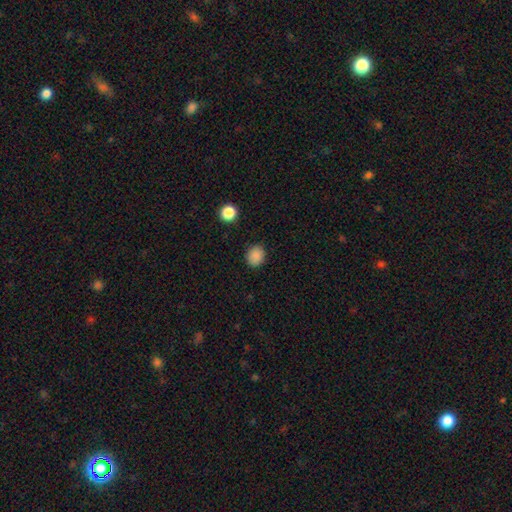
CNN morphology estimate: Smooth or featured? Predicted: smooth (p=0.87). How rounded? Predicted: round (p=0.64). Merging? Predicted: none (p=0.88).